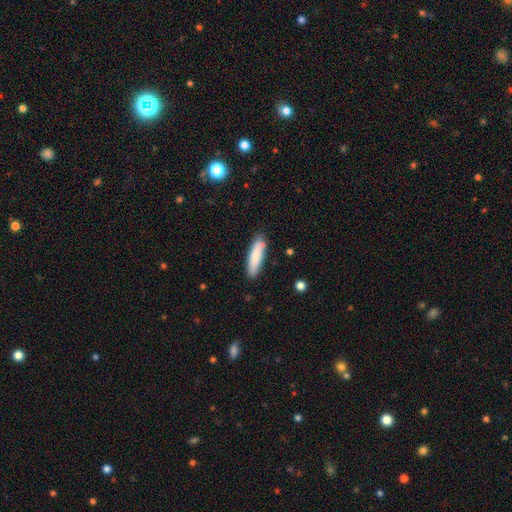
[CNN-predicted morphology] A smooth galaxy with no disk features (81%) that is cigar-shaped (71%).

Vote fractions:
- Smooth or featured? smooth: 81% / featured or disk: 13% / star or artifact: 6%
- How rounded? cigar-shaped: 71% / in between: 27% / round: 1%
- Merging? none: 83% / minor disturbance: 13% / merger: 3% / major disturbance: 2%